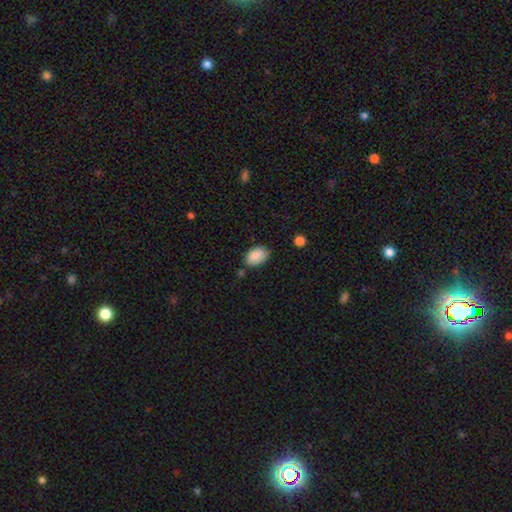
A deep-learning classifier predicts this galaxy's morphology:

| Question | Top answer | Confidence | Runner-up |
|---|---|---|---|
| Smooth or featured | smooth | 88% | star or artifact (7%) |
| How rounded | in between | 90% | round (9%) |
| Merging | none | 69% | minor disturbance (23%) |